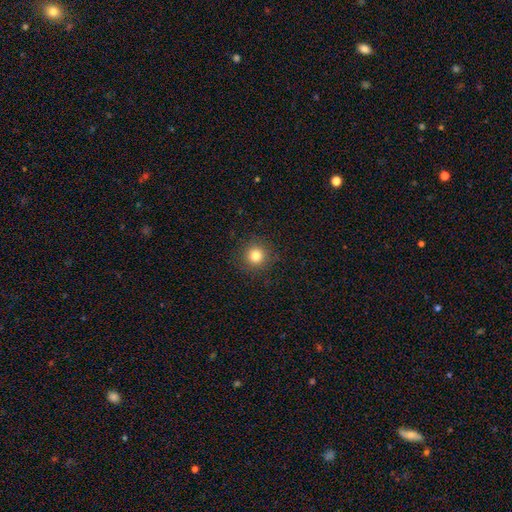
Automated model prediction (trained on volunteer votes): Q: Smooth or featured?
A: smooth (81%); runner-up: star or artifact (13%)
Q: How rounded?
A: round (95%); runner-up: in between (4%)
Q: Merging?
A: none (90%); runner-up: minor disturbance (7%)